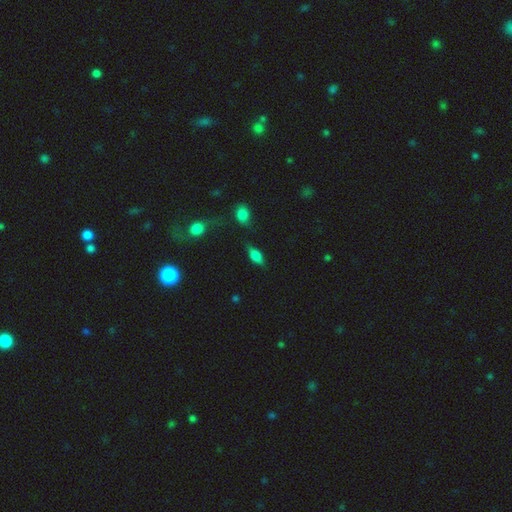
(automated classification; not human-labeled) Morphology: type=smooth (70%); roundness=in between (81%); merging=none (67%).